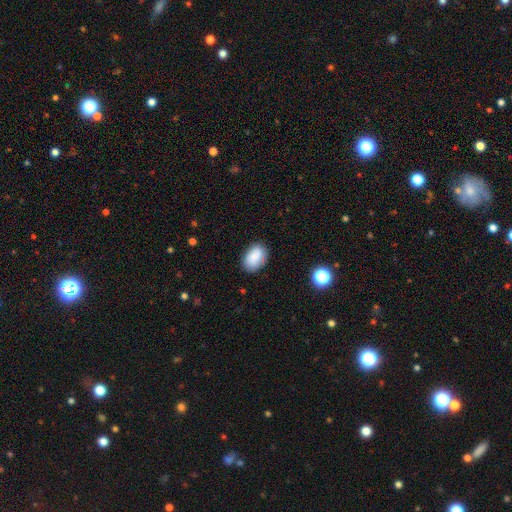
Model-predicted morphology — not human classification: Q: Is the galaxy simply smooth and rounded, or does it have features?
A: smooth — 84%.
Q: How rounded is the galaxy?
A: in between — 83%.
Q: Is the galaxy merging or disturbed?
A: none — 80%.